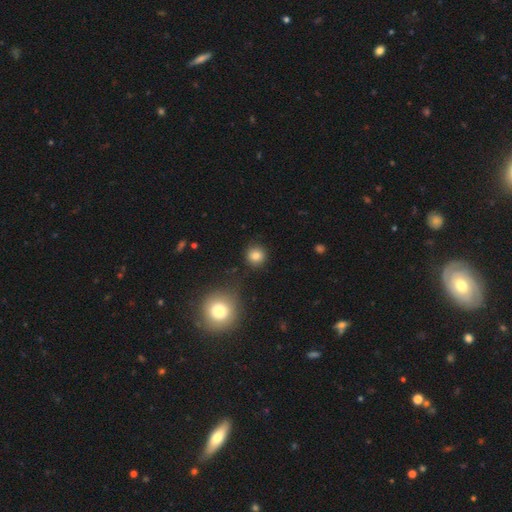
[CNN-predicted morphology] This is clearly a smooth galaxy (83%). How rounded: clearly round (93%). Merging: clearly none (89%).